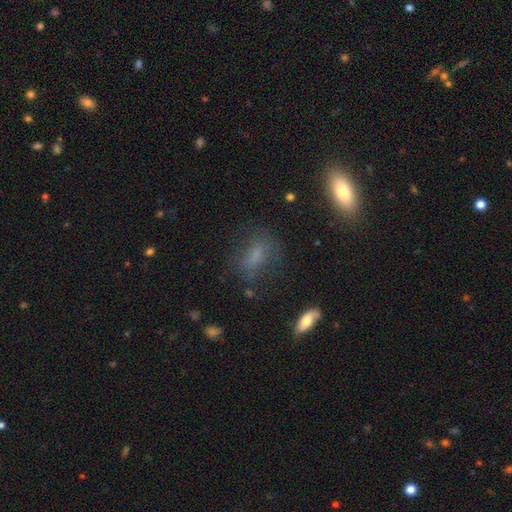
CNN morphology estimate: smooth-or-featured: smooth: 62% | featured or disk: 20% | star or artifact: 18%
  how-rounded: in between: 75% | round: 13% | cigar-shaped: 12%
  merging: none: 62% | minor disturbance: 21% | major disturbance: 14% | merger: 3%